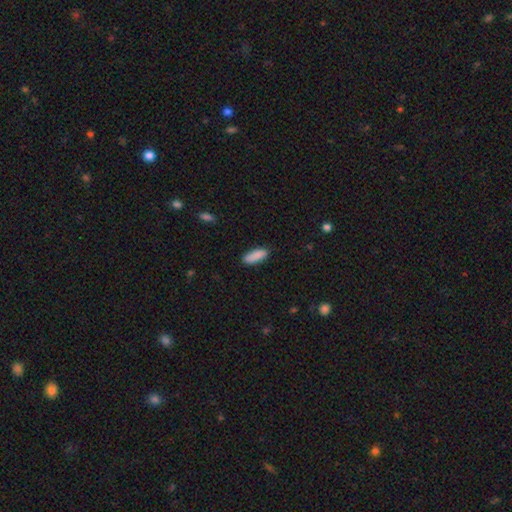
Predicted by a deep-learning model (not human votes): A smooth galaxy with no disk features (89%) that is in between round and cigar-shaped (66%). Merging: none (86%).